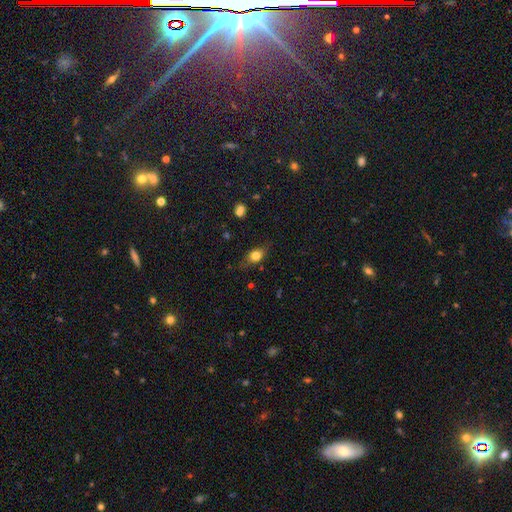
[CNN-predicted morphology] A smooth galaxy with no disk features (74%) that is in between round and cigar-shaped (66%).

Vote fractions:
- Smooth or featured? smooth: 74% / featured or disk: 16% / star or artifact: 10%
- How rounded? in between: 66% / round: 27% / cigar-shaped: 6%
- Merging? none: 72% / minor disturbance: 21% / major disturbance: 5% / merger: 2%